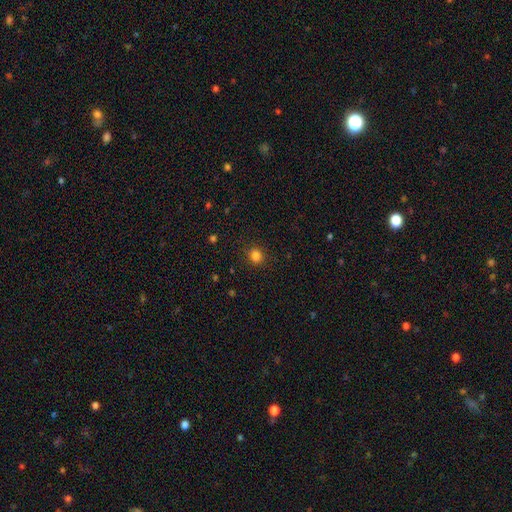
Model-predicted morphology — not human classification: Q: Smooth or featured?
A: smooth (83%); runner-up: star or artifact (13%)
Q: How rounded?
A: round (84%); runner-up: in between (15%)
Q: Merging?
A: none (89%); runner-up: minor disturbance (7%)